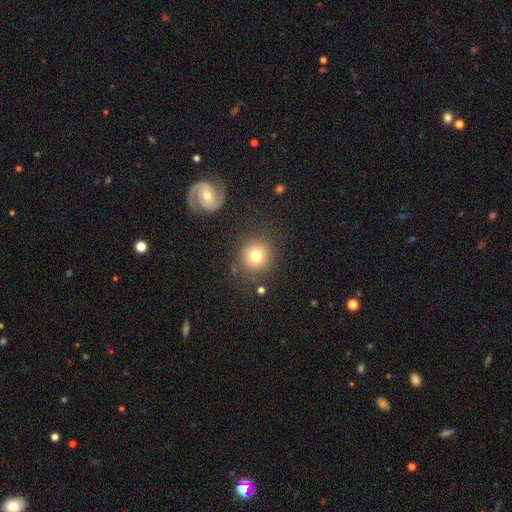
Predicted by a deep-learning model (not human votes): This is likely a smooth galaxy (76%). How rounded: clearly round (92%). Merging: clearly none (83%).